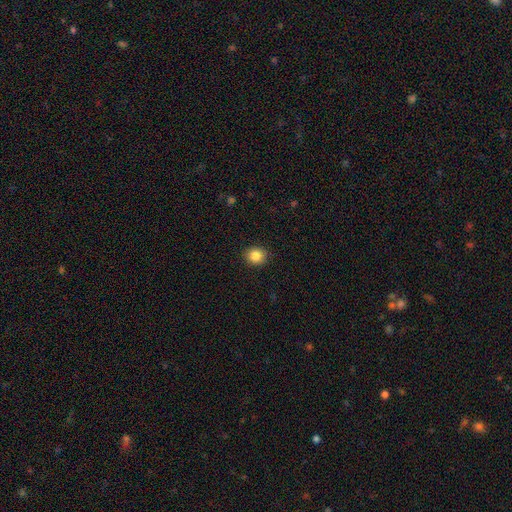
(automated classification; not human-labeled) This appears to be a smooth galaxy with no disk features (85%) that is round (80%). Merging: none (91%).